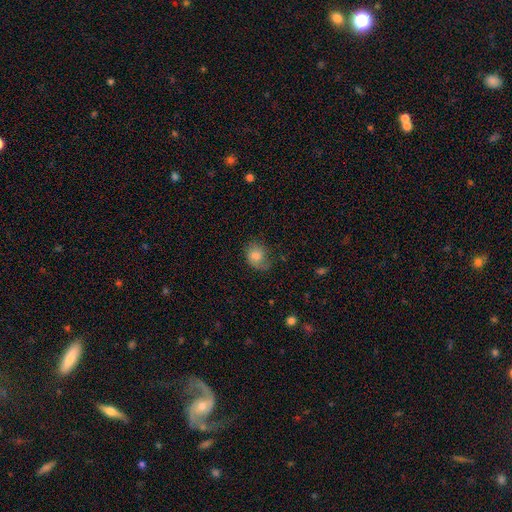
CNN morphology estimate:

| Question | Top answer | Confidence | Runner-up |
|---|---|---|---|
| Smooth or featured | smooth | 72% | featured or disk (19%) |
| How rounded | round | 52% | in between (47%) |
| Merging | none | 53% | minor disturbance (30%) |